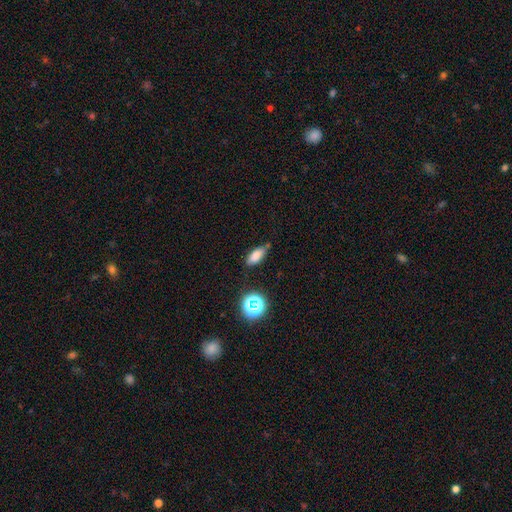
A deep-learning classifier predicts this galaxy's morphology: A smooth galaxy with no disk features (78%) that is in between round and cigar-shaped (76%).

Vote fractions:
- Smooth or featured? smooth: 78% / star or artifact: 14% / featured or disk: 9%
- How rounded? in between: 76% / cigar-shaped: 18% / round: 6%
- Merging? none: 70% / minor disturbance: 21% / major disturbance: 4% / merger: 4%